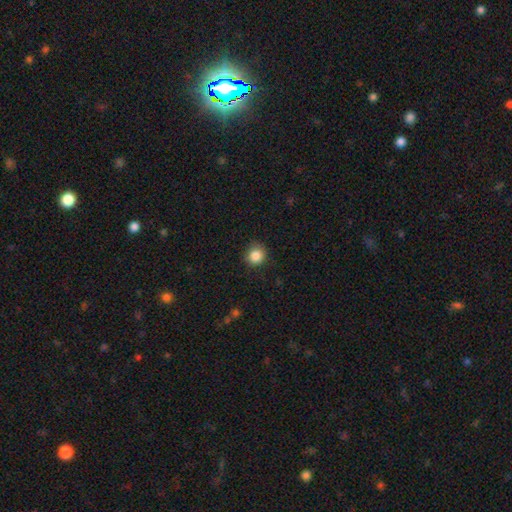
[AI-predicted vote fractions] This appears to be a smooth galaxy with no disk features (86%) that is round (88%). Merging: none (84%).